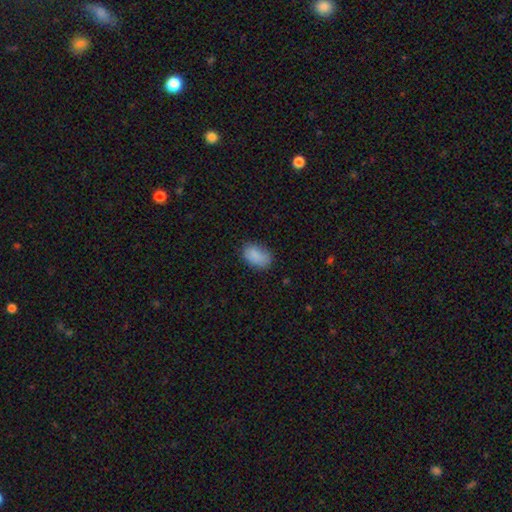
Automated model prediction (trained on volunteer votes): This appears to be a smooth galaxy with no disk features (85%) that is in between round and cigar-shaped (88%). Merging: none (72%).